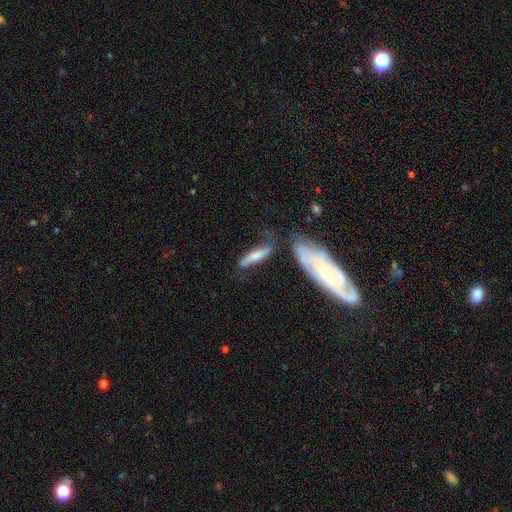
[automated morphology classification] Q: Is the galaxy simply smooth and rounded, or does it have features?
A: smooth — 56%.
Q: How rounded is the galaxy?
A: cigar-shaped — 76%.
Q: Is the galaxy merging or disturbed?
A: none — 53%.